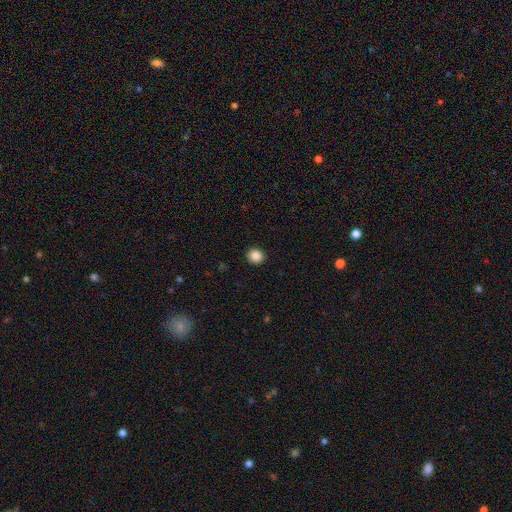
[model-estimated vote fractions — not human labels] Smooth or featured? smooth (86%)
How rounded? round (88%)
Merging? none (93%)